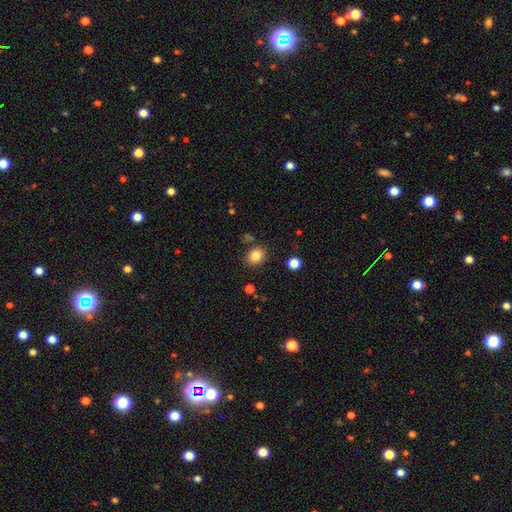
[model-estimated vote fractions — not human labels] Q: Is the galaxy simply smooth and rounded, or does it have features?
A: smooth — 83%.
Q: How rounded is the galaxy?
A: round — 65%.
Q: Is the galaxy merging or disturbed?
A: none — 84%.